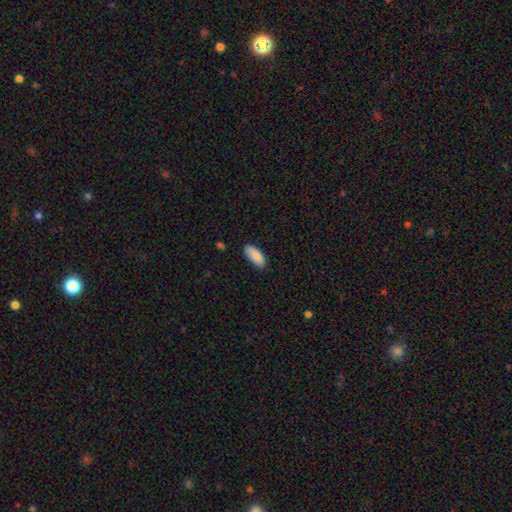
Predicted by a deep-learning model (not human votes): Smooth or featured?
  - smooth: 88% *
  - star or artifact: 6%
  - featured or disk: 6%
How rounded?
  - in between: 86% *
  - cigar-shaped: 13%
  - round: 2%
Merging?
  - none: 82% *
  - minor disturbance: 15%
  - major disturbance: 2%
  - merger: 1%